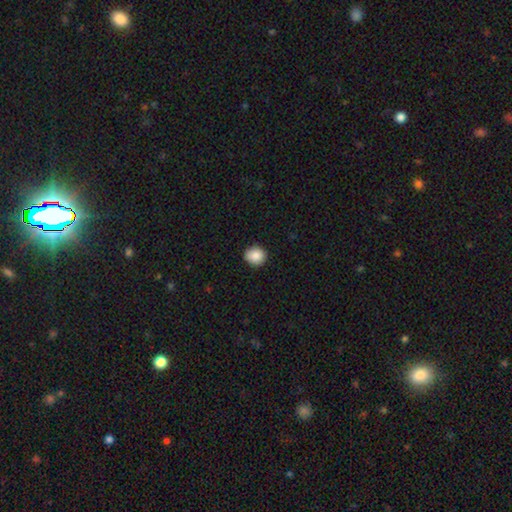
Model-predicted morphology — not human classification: The model was most divided on "how rounded": round: 81%, in between: 18%, cigar-shaped: 1%. More confident: merging — none (87%); smooth or featured — smooth (87%).